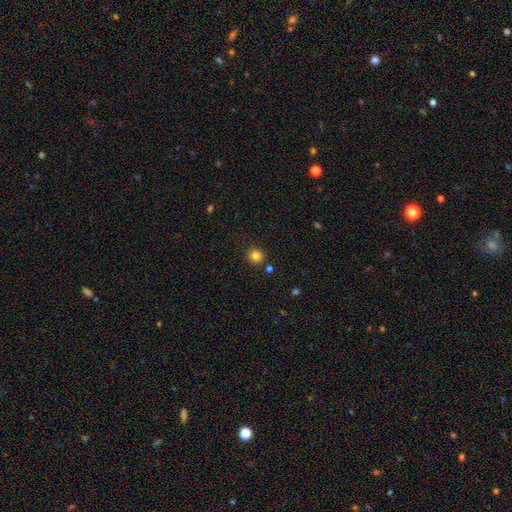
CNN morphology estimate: This is clearly a smooth galaxy (83%). How rounded: clearly round (93%). Merging: clearly none (88%).